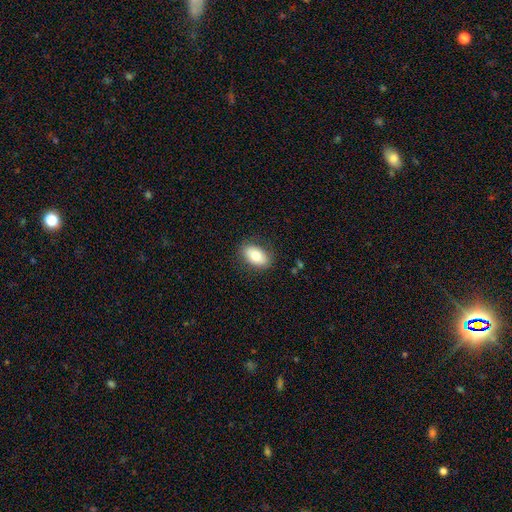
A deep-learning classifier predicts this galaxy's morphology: Smooth or featured? Predicted: smooth (p=0.79). How rounded? Predicted: in between (p=0.91). Merging? Predicted: none (p=0.84).